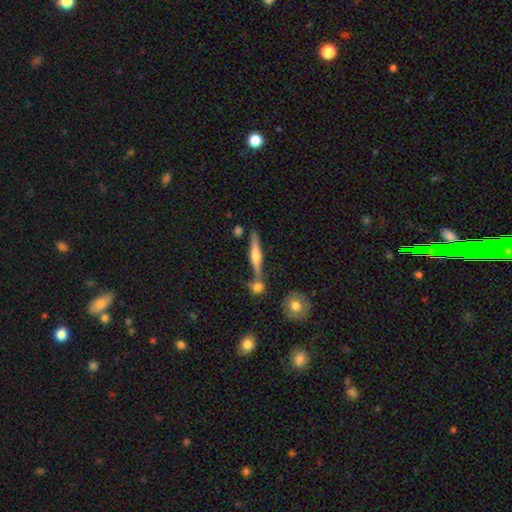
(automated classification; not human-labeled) Smooth or featured? featured or disk (65%)
Edge-on disk? yes (96%)
Edge-on bulge? rounded (90%)
Merging? none (73%)